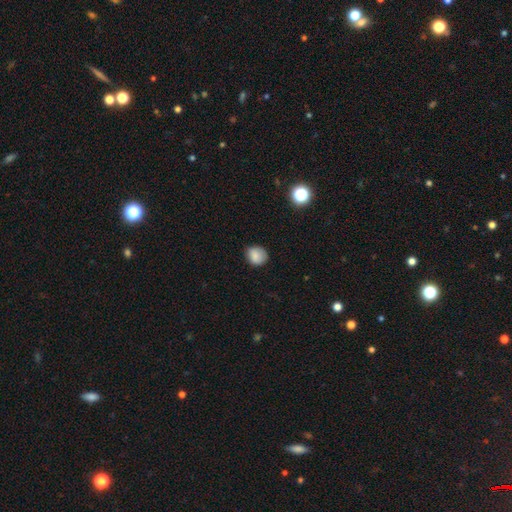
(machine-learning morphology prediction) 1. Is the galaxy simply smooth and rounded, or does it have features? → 85% smooth, 9% star or artifact, 6% featured or disk.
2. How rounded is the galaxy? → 74% round, 25% in between, 1% cigar-shaped.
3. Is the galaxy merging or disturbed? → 77% none, 18% minor disturbance, 3% major disturbance, 1% merger.